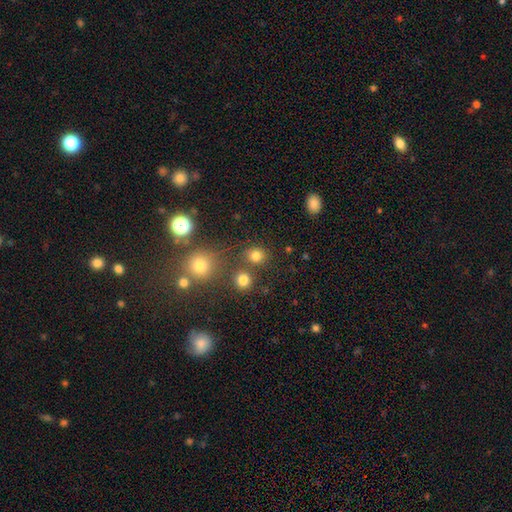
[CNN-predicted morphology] Smooth or featured? Predicted: smooth (p=0.78). How rounded? Predicted: round (p=0.84). Merging? Predicted: none (p=0.78).